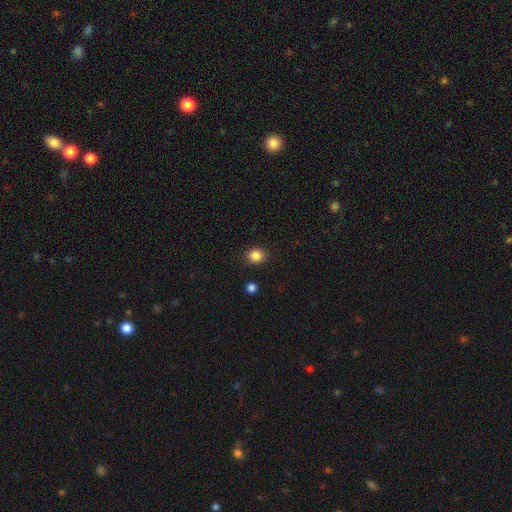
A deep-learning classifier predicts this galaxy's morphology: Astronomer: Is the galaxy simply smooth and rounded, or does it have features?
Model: smooth — 85%.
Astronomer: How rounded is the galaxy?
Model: round — 76%.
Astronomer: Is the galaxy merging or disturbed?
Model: none — 90%.